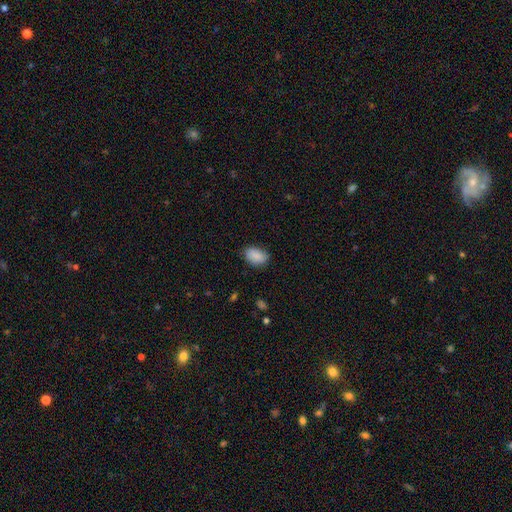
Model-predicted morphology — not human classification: Smooth or featured: smooth — 88% (star or artifact — 7%)
How rounded: in between — 86% (round — 13%)
Merging: none — 77% (minor disturbance — 19%)